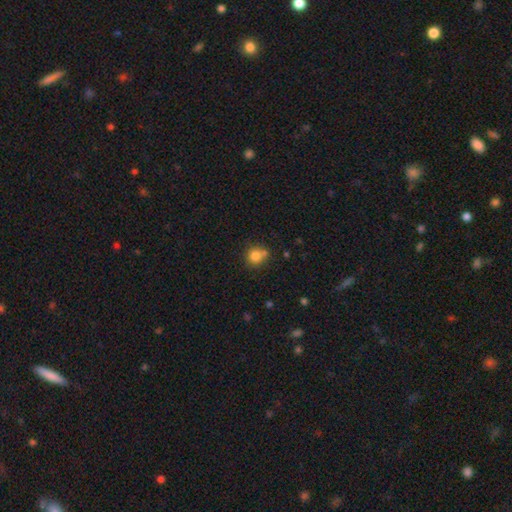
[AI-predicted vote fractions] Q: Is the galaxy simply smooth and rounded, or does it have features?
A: smooth — 80%.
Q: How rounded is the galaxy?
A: round — 85%.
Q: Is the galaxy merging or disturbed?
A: none — 60%.